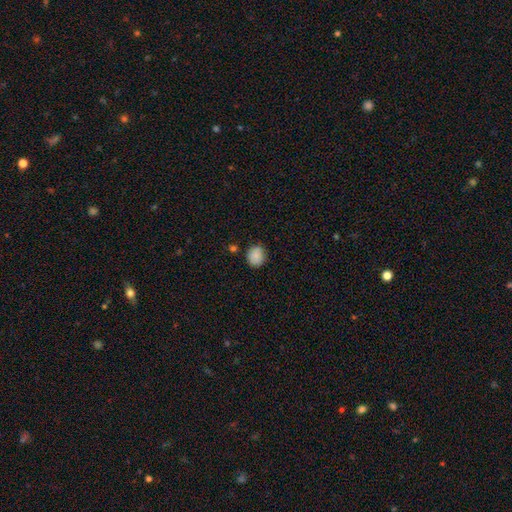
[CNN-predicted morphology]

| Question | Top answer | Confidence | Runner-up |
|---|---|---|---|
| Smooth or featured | smooth | 87% | star or artifact (8%) |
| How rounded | round | 69% | in between (30%) |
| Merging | none | 76% | minor disturbance (18%) |